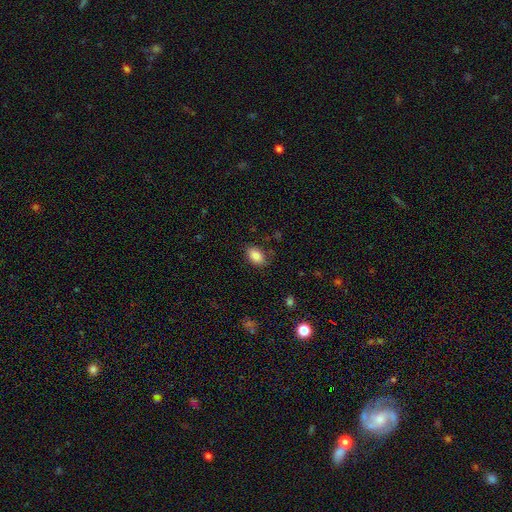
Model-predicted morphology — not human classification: Overall: smooth (86%). How rounded: in between (90%). Merging: none (80%).